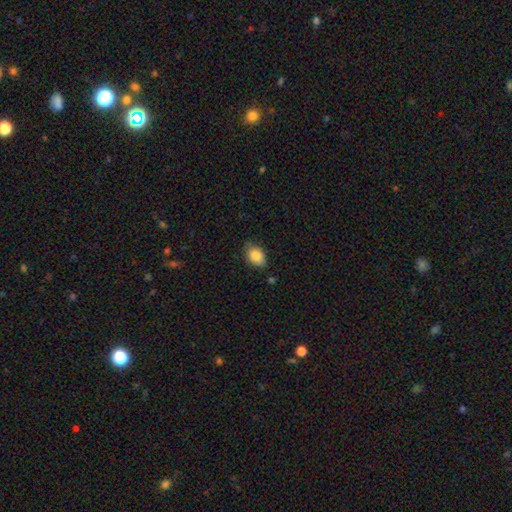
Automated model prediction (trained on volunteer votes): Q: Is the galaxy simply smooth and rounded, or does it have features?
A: smooth — 86%.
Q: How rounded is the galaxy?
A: in between — 81%.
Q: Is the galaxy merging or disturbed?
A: none — 71%.